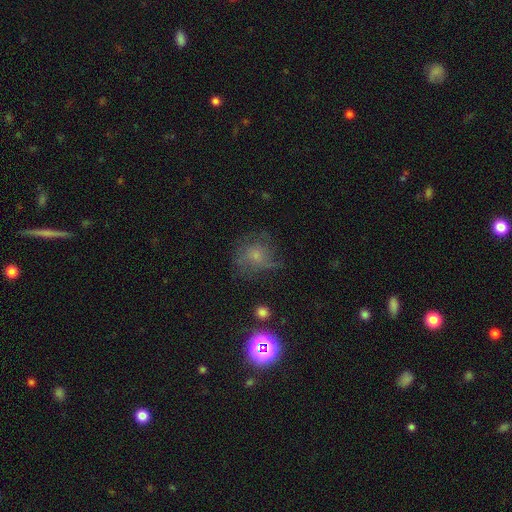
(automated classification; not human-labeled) Overall: smooth (42%; featured or disk 40%). Merging: none (51%; minor disturbance 23%).